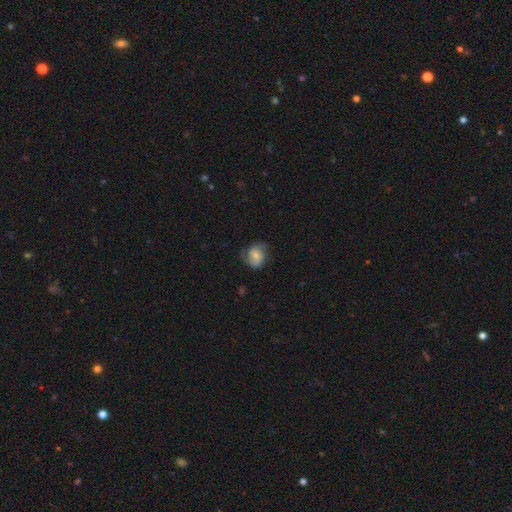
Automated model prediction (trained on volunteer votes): Q: Smooth or featured?
A: smooth (49%); runner-up: featured or disk (43%)
Q: Merging?
A: none (56%); runner-up: minor disturbance (27%)